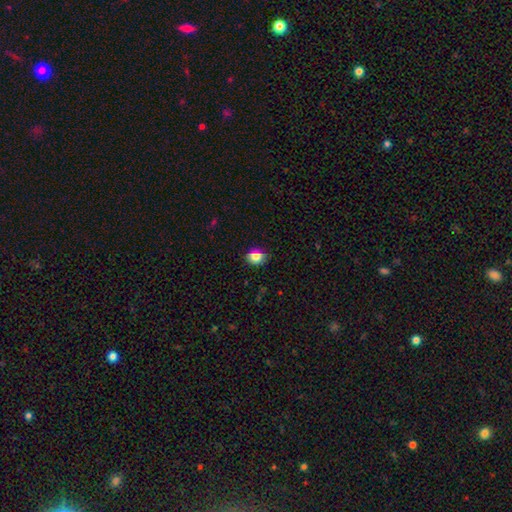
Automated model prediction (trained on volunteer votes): Smooth or featured?
  - smooth: 79% *
  - star or artifact: 14%
  - featured or disk: 7%
How rounded?
  - round: 54% *
  - in between: 44%
  - cigar-shaped: 1%
Merging?
  - none: 81% *
  - minor disturbance: 14%
  - major disturbance: 3%
  - merger: 2%